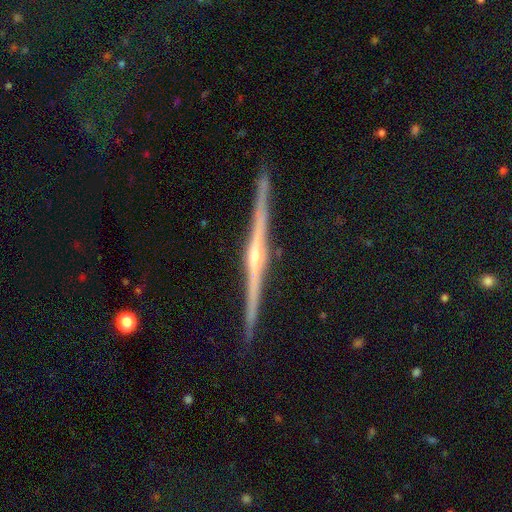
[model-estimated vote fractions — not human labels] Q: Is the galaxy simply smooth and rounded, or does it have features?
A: featured or disk — 89%.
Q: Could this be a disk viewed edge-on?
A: yes — 99%.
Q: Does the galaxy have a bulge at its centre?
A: rounded — 83%.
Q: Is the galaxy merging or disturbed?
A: none — 91%.